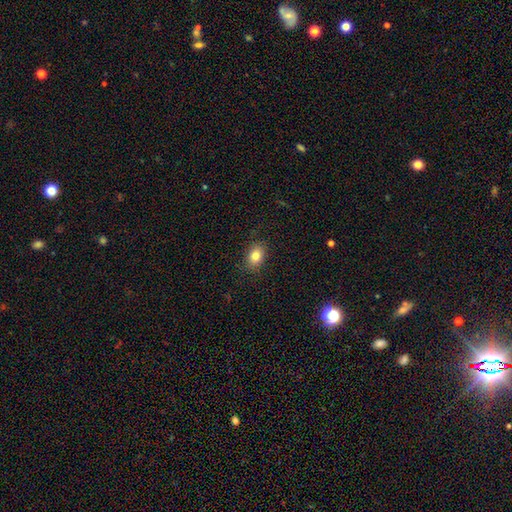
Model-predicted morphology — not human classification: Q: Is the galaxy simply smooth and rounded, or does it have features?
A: smooth — 83%.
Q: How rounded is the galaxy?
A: in between — 74%.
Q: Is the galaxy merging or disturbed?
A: none — 87%.